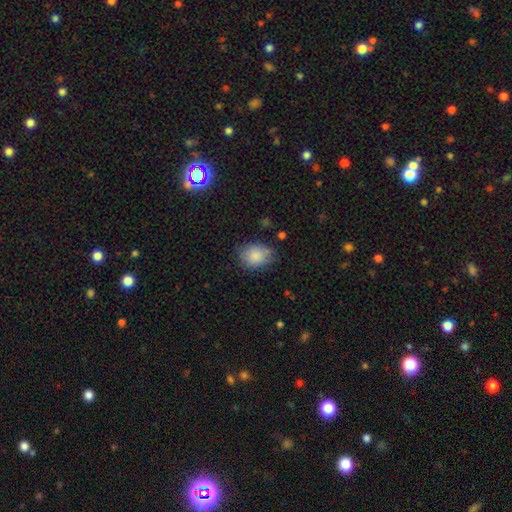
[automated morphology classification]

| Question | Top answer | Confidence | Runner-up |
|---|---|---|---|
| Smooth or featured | smooth | 86% | star or artifact (8%) |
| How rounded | in between | 55% | round (44%) |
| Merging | none | 75% | minor disturbance (18%) |